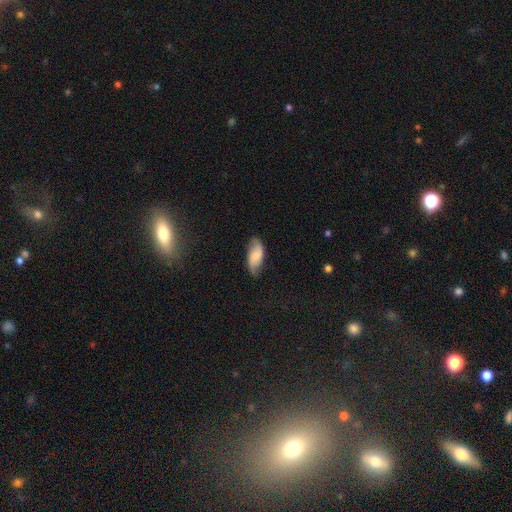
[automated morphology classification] This appears to be a smooth galaxy with no disk features (57%) that is in between round and cigar-shaped (87%). Merging: none (70%).